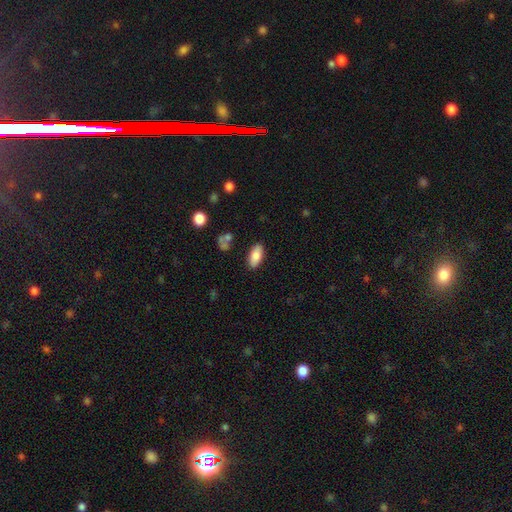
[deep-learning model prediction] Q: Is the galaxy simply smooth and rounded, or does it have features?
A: smooth — 83%.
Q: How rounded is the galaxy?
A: in between — 87%.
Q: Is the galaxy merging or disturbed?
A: none — 85%.